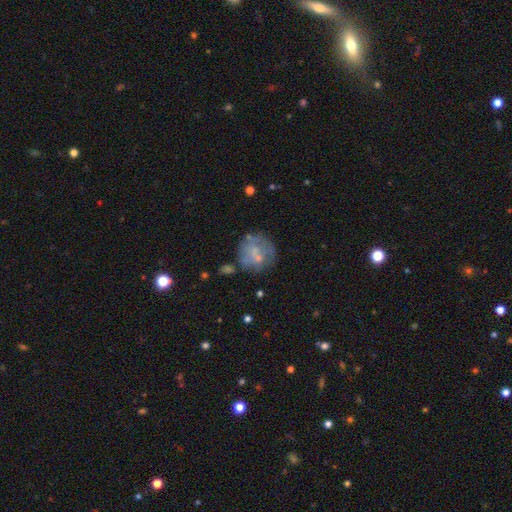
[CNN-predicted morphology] This appears to be a smooth galaxy with no disk features (47%). Merging: none (55%).